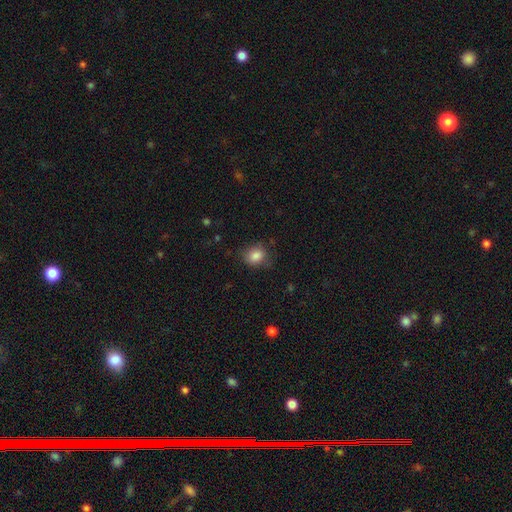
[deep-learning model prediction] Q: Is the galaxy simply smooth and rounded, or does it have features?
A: smooth — 85%.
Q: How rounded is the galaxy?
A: round — 58%.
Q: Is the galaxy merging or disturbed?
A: none — 74%.